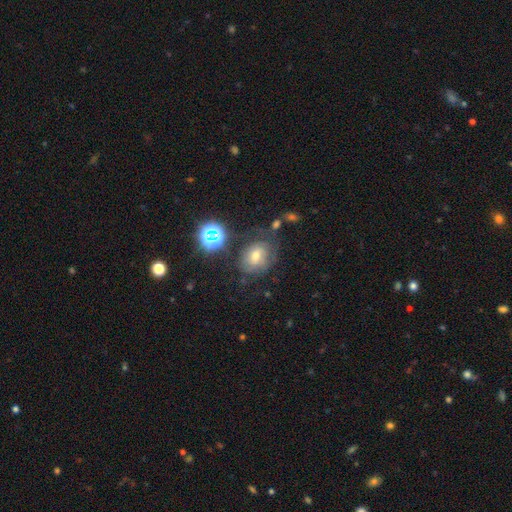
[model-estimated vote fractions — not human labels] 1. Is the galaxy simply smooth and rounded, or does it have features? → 42% smooth, 35% featured or disk, 23% star or artifact.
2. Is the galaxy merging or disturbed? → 59% none, 22% minor disturbance, 13% major disturbance, 6% merger.